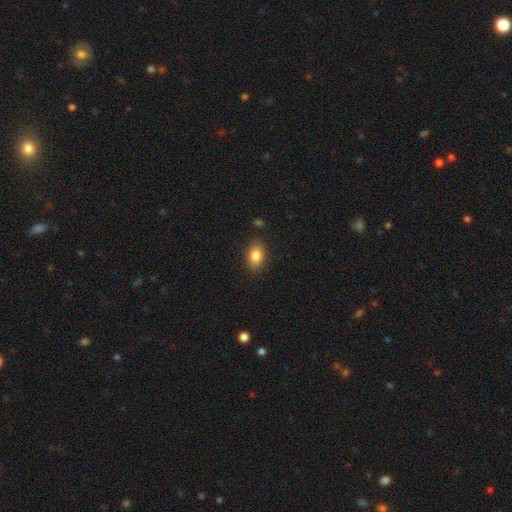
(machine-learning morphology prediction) smooth-or-featured: smooth: 85% | star or artifact: 8% | featured or disk: 6%
  how-rounded: in between: 83% | round: 15% | cigar-shaped: 2%
  merging: none: 86% | minor disturbance: 10% | major disturbance: 3% | merger: 2%